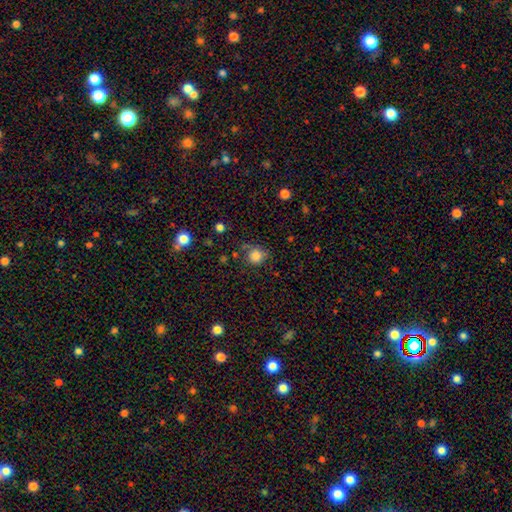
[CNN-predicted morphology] A smooth galaxy with no disk features (83%) that is round (88%). Merging: none (70%).